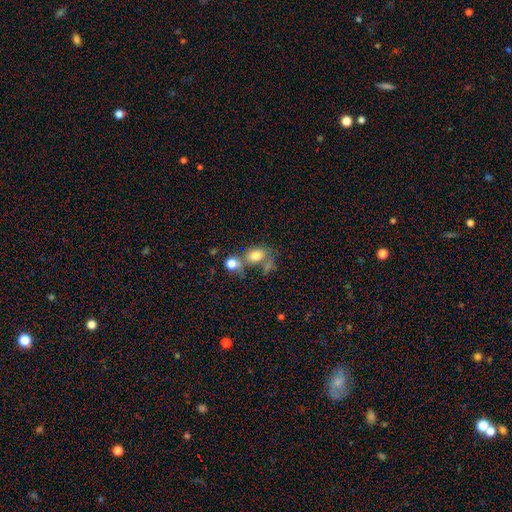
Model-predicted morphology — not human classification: Smooth or featured? smooth (76%)
How rounded? in between (72%)
Merging? none (39%)